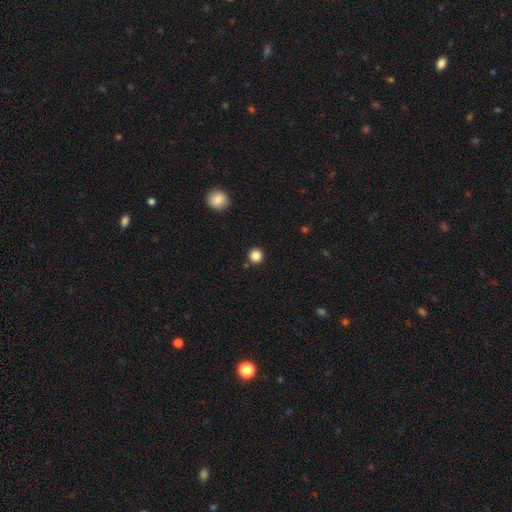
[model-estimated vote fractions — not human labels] This is clearly a smooth galaxy (85%). How rounded: clearly round (95%). Merging: clearly none (89%).